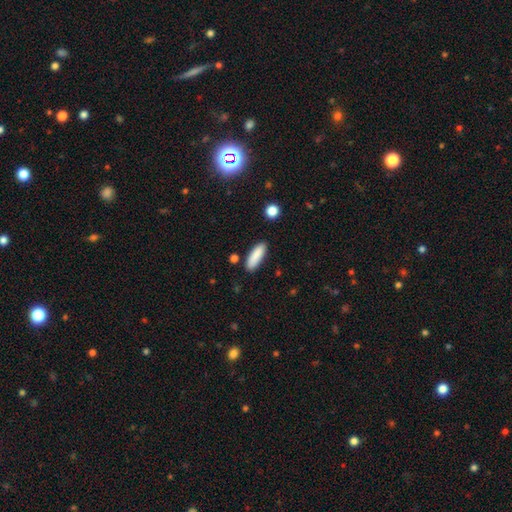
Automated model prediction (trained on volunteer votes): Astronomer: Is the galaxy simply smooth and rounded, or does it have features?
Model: smooth — 88%.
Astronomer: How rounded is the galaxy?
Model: in between — 50% (runner-up: cigar-shaped, 49%).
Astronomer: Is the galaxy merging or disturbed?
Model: none — 85%.